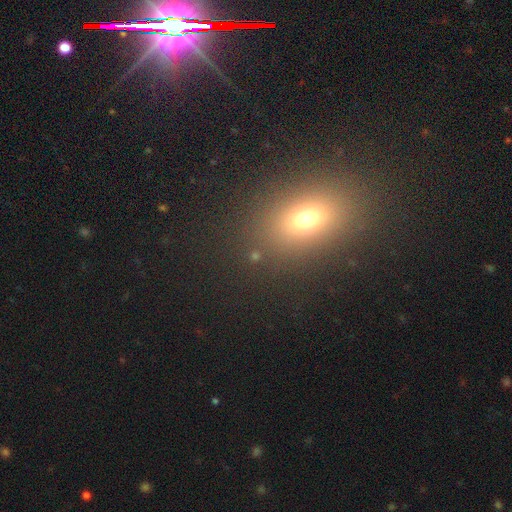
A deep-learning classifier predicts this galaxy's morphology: Overall: smooth (60%; star or artifact 29%). How rounded: in between (50%; round 45%). Merging: none (81%).